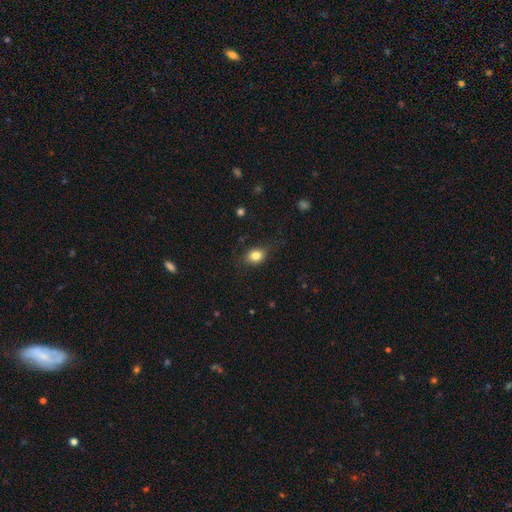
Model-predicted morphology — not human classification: Smooth or featured: smooth — 82% (star or artifact — 10%)
How rounded: in between — 61% (round — 38%)
Merging: none — 79% (minor disturbance — 15%)